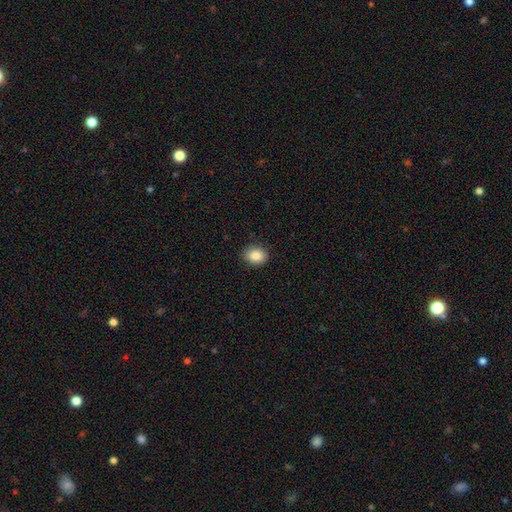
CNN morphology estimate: The model was most divided on "how rounded": round: 51%, in between: 48%, cigar-shaped: 1%. More confident: merging — none (89%); smooth or featured — smooth (87%).